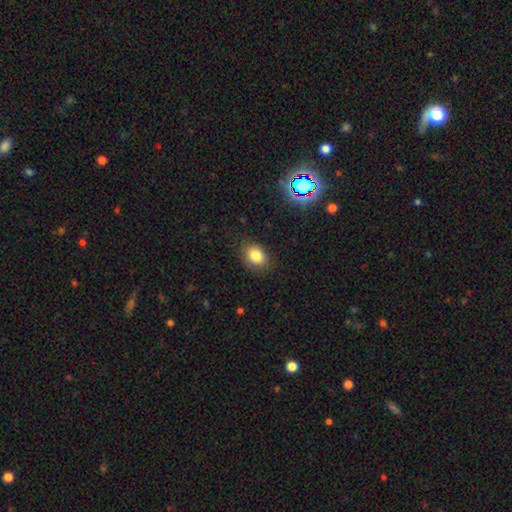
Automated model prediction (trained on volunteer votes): This appears to be a smooth galaxy with no disk features (81%) that is in between round and cigar-shaped (57%). Merging: none (84%).